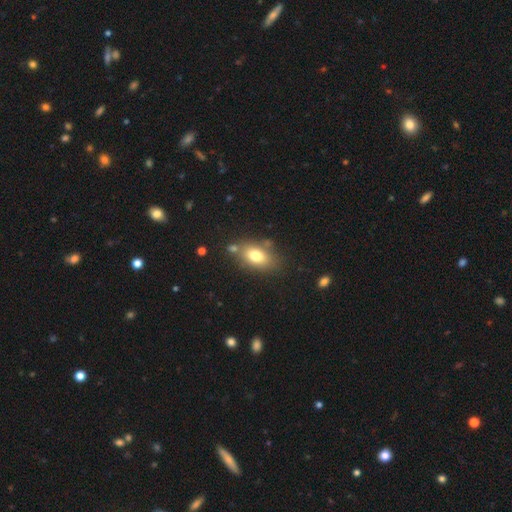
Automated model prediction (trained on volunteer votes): Smooth or featured?
  - smooth: 75% *
  - featured or disk: 15%
  - star or artifact: 9%
How rounded?
  - in between: 86% *
  - round: 11%
  - cigar-shaped: 3%
Merging?
  - none: 69% *
  - minor disturbance: 14%
  - merger: 12%
  - major disturbance: 5%